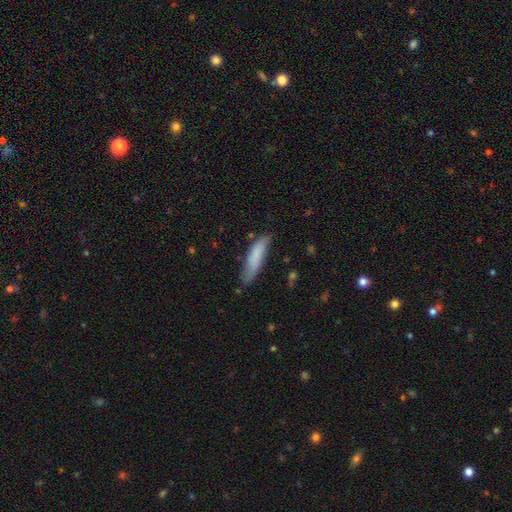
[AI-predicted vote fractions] smooth 77%, featured or disk 17%, star or artifact 6%. Down the decision tree: how rounded — cigar-shaped (71%); merging — none (69%).